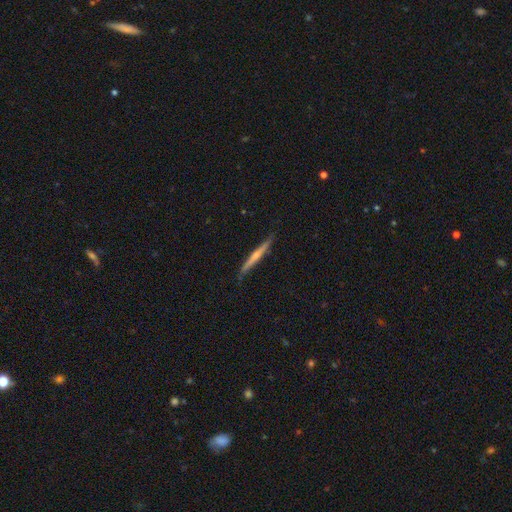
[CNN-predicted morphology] Smooth or featured: featured or disk — 54% (smooth — 40%)
Edge-on disk: yes — 97% (no — 3%)
Edge-on bulge: rounded — 54% (none — 39%)
Merging: none — 85% (minor disturbance — 12%)